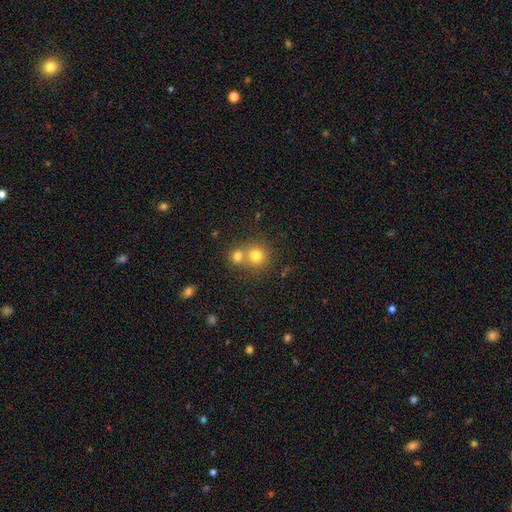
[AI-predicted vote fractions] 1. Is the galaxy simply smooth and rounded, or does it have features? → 76% smooth, 13% star or artifact, 10% featured or disk.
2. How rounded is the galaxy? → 87% round, 12% in between, 1% cigar-shaped.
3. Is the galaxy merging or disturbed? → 48% none, 44% merger, 6% minor disturbance, 2% major disturbance.